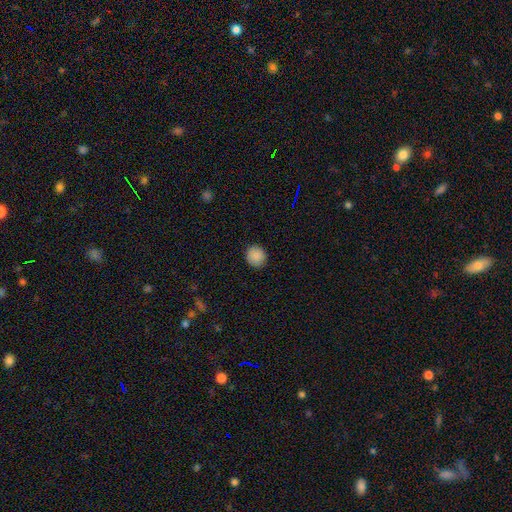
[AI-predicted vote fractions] Morphology: type=smooth (88%); roundness=round (89%); merging=none (91%).